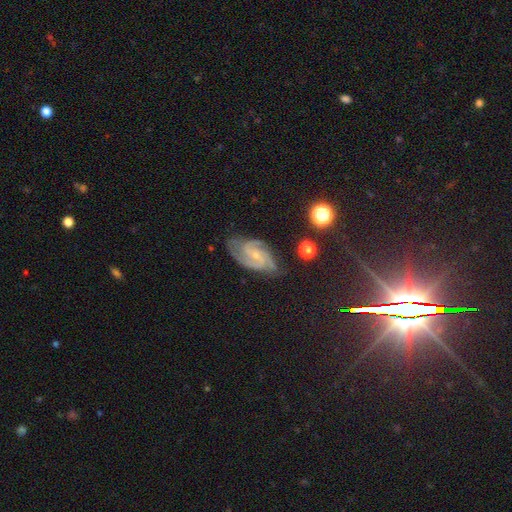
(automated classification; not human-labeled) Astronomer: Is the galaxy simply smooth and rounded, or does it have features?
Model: featured or disk — 86%.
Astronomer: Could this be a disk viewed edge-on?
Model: no — 97%.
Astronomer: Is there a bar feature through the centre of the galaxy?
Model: no — 44% (runner-up: weak, 43%).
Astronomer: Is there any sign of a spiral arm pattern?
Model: yes — 98%.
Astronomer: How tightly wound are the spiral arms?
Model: medium — 48% (runner-up: tight, 42%).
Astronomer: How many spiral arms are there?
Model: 2 — 46% (runner-up: 3, 32%).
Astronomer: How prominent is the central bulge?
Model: small — 75%.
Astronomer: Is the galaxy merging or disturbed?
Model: none — 70%.